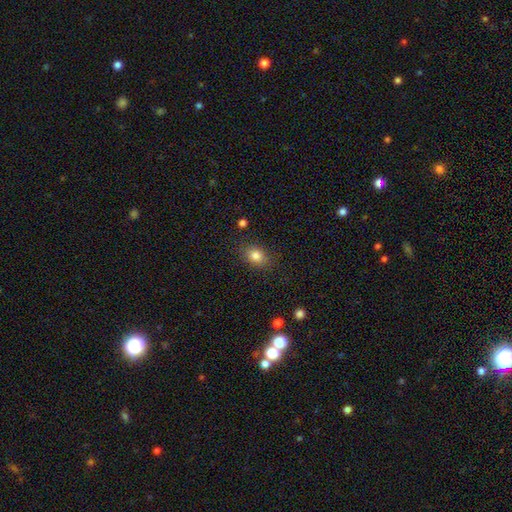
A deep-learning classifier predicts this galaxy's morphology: Smooth or featured?
  - smooth: 83% *
  - star or artifact: 10%
  - featured or disk: 7%
How rounded?
  - in between: 65% *
  - round: 34%
  - cigar-shaped: 1%
Merging?
  - none: 84% *
  - minor disturbance: 11%
  - major disturbance: 3%
  - merger: 2%